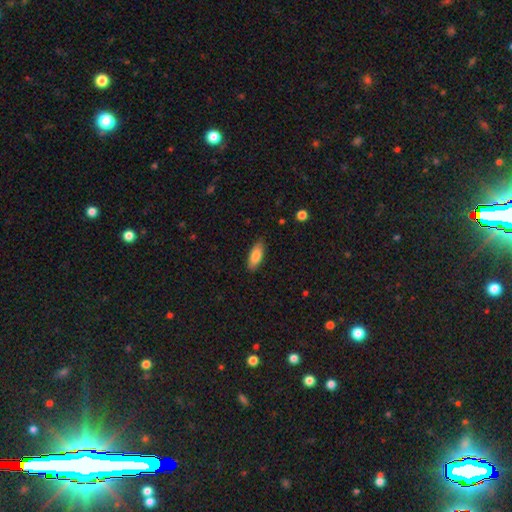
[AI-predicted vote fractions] This appears to be a smooth galaxy with no disk features (83%) that is in between round and cigar-shaped (77%). Merging: none (86%).